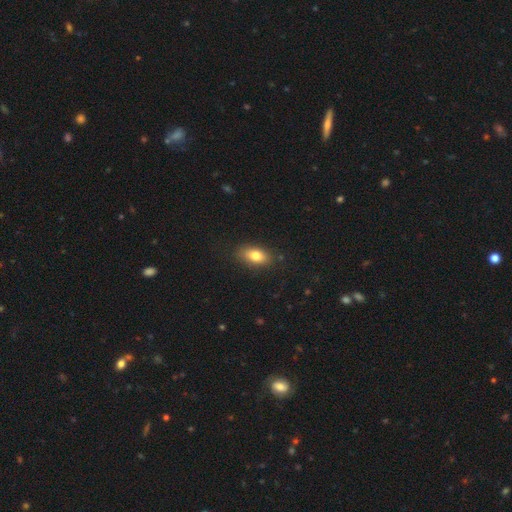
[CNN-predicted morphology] Smooth or featured?
  - smooth: 79% *
  - featured or disk: 13%
  - star or artifact: 9%
How rounded?
  - in between: 85% *
  - round: 9%
  - cigar-shaped: 5%
Merging?
  - none: 83% *
  - minor disturbance: 12%
  - major disturbance: 3%
  - merger: 1%